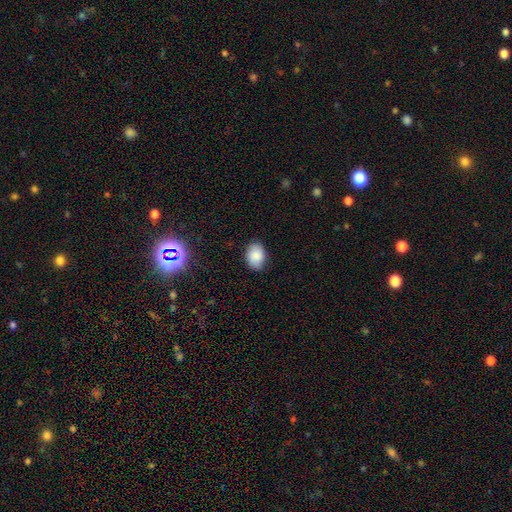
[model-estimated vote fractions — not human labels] smooth_or_featured: smooth (p=0.86) [alt: star or artifact p=0.08]
how_rounded: in between (p=0.80) [alt: round p=0.19]
merging: none (p=0.83) [alt: minor disturbance p=0.13]